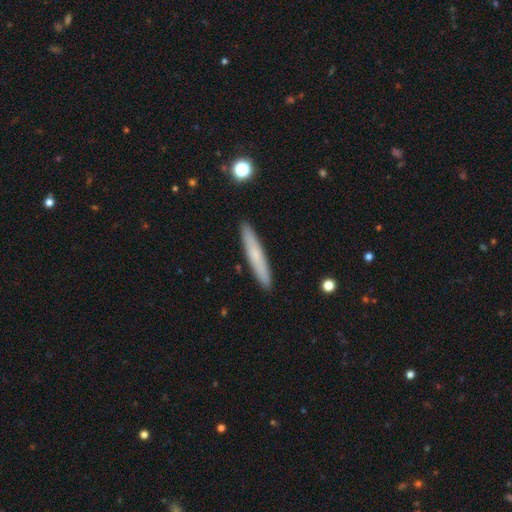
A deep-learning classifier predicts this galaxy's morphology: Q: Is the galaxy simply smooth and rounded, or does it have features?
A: smooth — 68%.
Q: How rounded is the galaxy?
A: cigar-shaped — 94%.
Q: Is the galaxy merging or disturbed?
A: none — 91%.